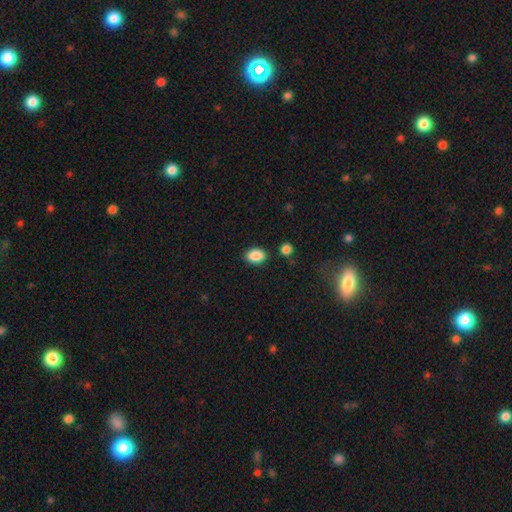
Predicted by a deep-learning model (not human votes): Smooth or featured: smooth — 88% (star or artifact — 8%)
How rounded: in between — 84% (round — 15%)
Merging: none — 83% (minor disturbance — 11%)